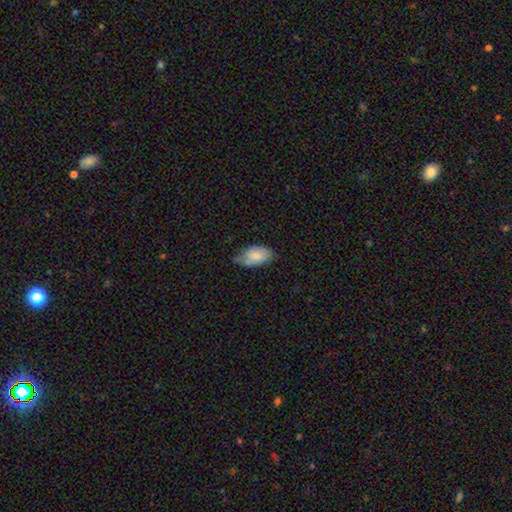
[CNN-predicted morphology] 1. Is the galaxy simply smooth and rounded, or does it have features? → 78% smooth, 16% featured or disk, 6% star or artifact.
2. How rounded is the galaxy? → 94% in between, 4% round, 2% cigar-shaped.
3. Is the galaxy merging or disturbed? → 50% none, 39% minor disturbance, 9% major disturbance, 2% merger.